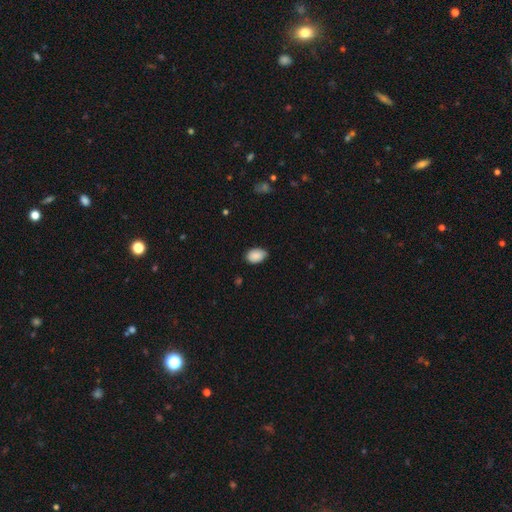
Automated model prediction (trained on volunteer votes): Smooth or featured: smooth — 88% (star or artifact — 7%)
How rounded: in between — 84% (round — 15%)
Merging: none — 73% (minor disturbance — 23%)